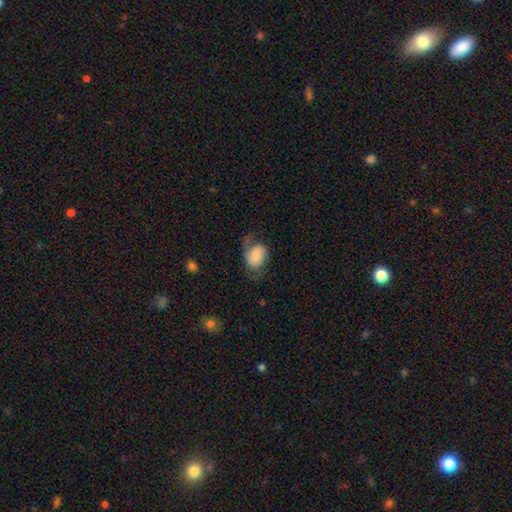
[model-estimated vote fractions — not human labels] smooth-or-featured: smooth: 56% | featured or disk: 36% | star or artifact: 8%
  how-rounded: in between: 66% | round: 33% | cigar-shaped: 1%
  merging: none: 46% | minor disturbance: 28% | major disturbance: 23% | merger: 2%